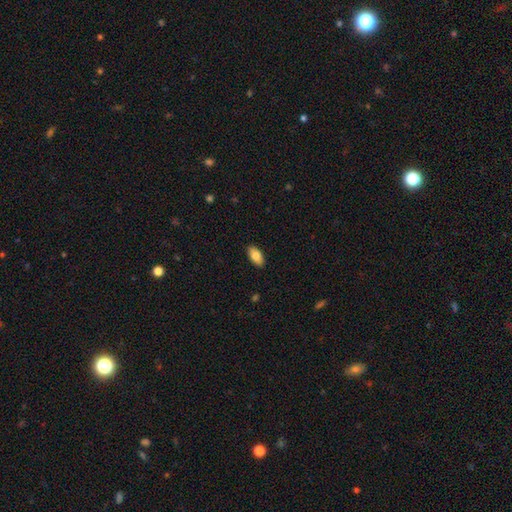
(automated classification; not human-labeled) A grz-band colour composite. It shows a smooth galaxy with no disk features (82%) that is in between round and cigar-shaped (91%). Merging: none (89%).